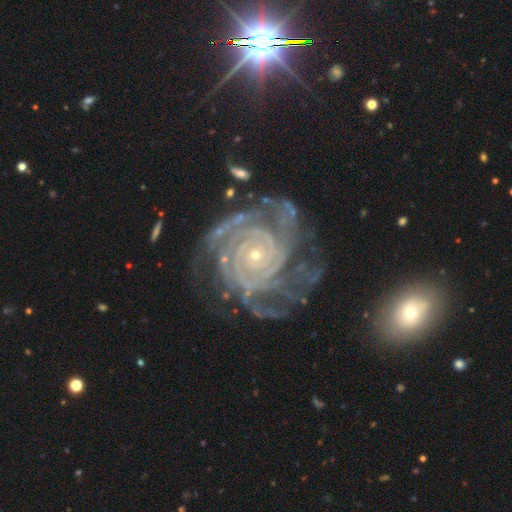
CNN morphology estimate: Overall: featured or disk (91%). Edge-on disk: no (98%). Bar: no (76%). Spiral arms: yes (98%). Spiral arm count: 4 (21%; 3 20%). Spiral winding: tight (79%). Bulge size: small (83%). Merging: none (55%; minor disturbance 22%).